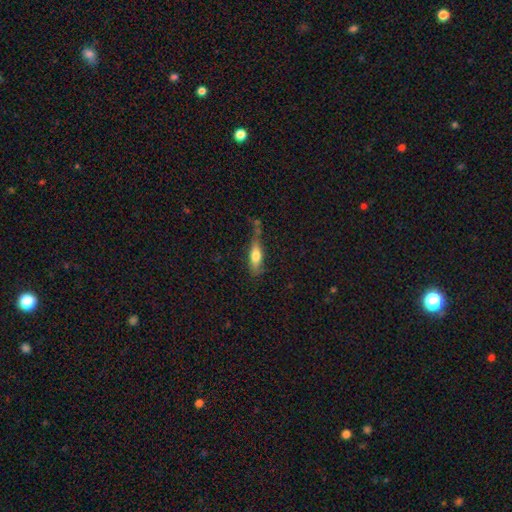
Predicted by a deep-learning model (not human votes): smooth_or_featured: smooth (p=0.67) [alt: featured or disk p=0.26]
how_rounded: cigar-shaped (p=0.50) [alt: in between p=0.47]
merging: none (p=0.51) [alt: minor disturbance p=0.29]